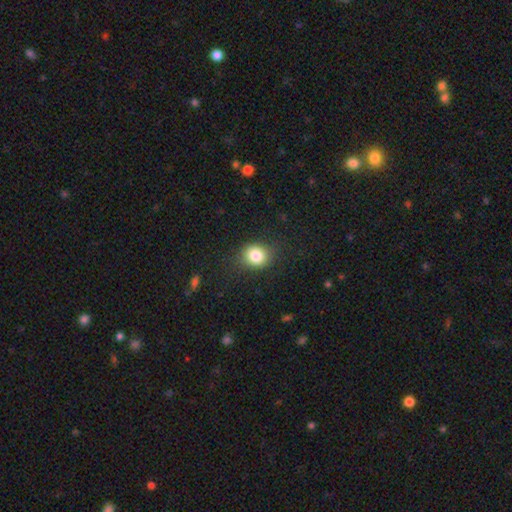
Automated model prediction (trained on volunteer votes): The model was most divided on "how rounded": round: 70%, in between: 29%, cigar-shaped: 1%. More confident: smooth or featured — smooth (83%); merging — none (81%).